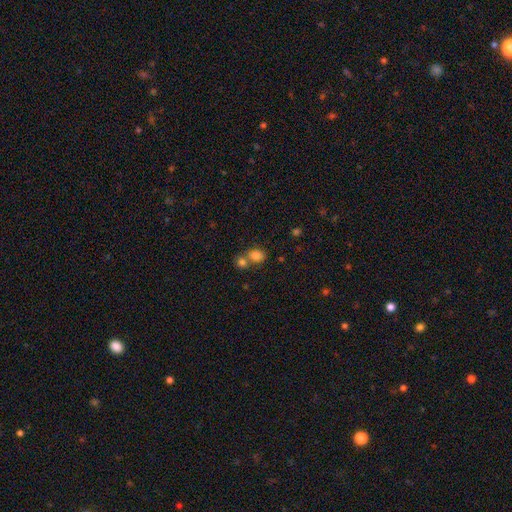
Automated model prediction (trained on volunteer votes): smooth 81%, star or artifact 12%, featured or disk 7%. Down the decision tree: how rounded — in between (51%); merging — none (46%).